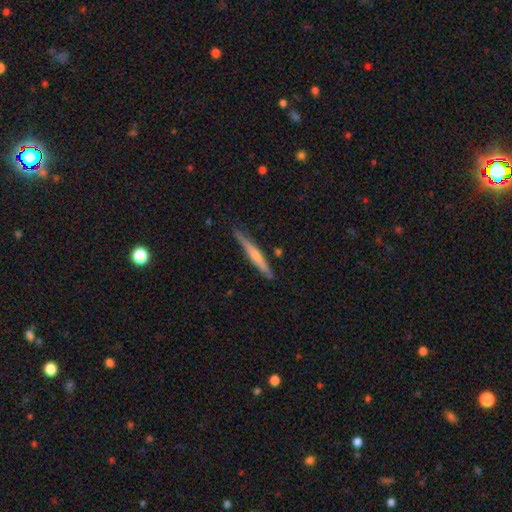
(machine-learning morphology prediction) A featured or disk galaxy (47%, tied with smooth). Merging: none (84%).